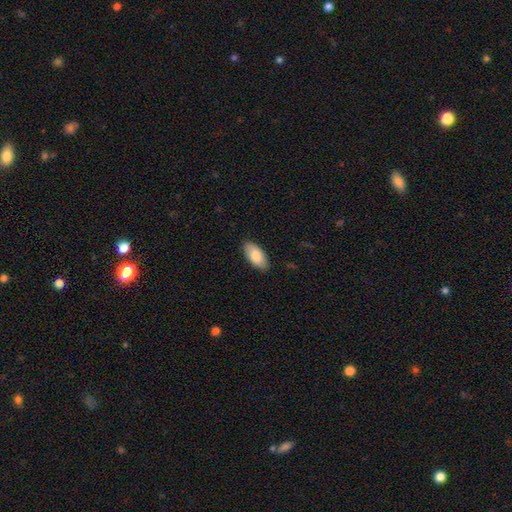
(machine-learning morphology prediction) Overall: smooth (83%). How rounded: in between (93%). Merging: none (87%).